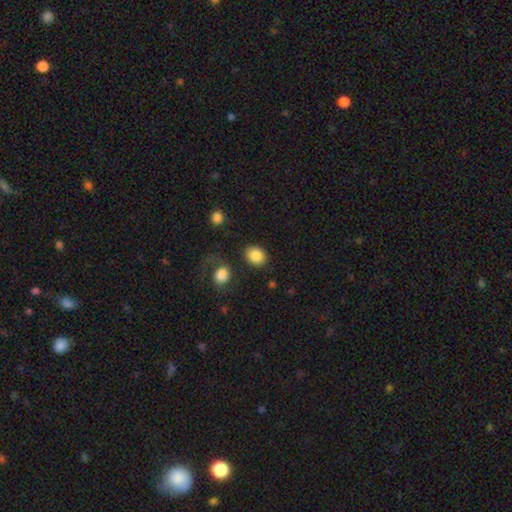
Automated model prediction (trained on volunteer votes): smooth-or-featured: smooth: 86% | star or artifact: 8% | featured or disk: 6%
  how-rounded: in between: 52% | round: 47% | cigar-shaped: 1%
  merging: none: 83% | minor disturbance: 9% | merger: 4% | major disturbance: 4%